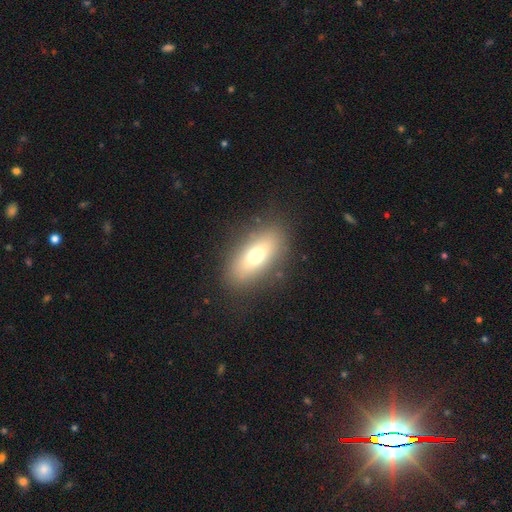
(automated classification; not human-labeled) This appears to be a smooth galaxy with no disk features (68%) that is in between round and cigar-shaped (79%). Merging: none (85%).